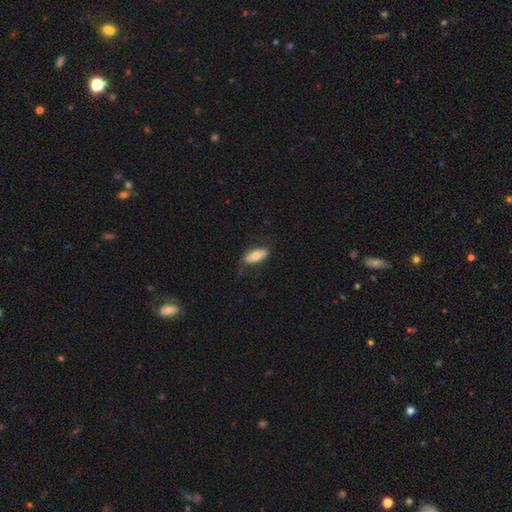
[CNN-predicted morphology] type=smooth (65%); roundness=in between (80%); merging=none (77%).